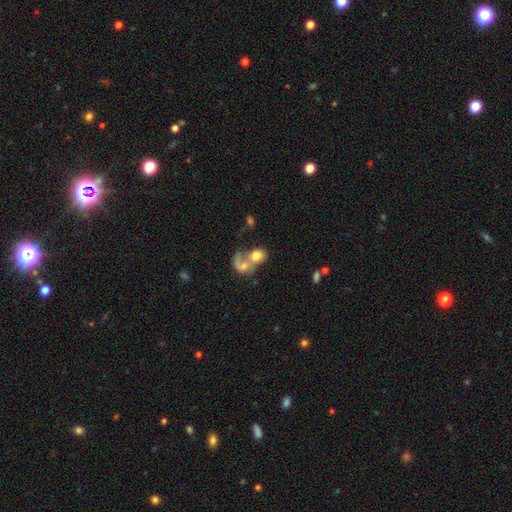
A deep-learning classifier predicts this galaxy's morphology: smooth_or_featured: smooth (p=0.58) [alt: featured or disk p=0.33]
how_rounded: round (p=0.51) [alt: in between p=0.47]
merging: merger (p=0.71) [alt: none p=0.14]